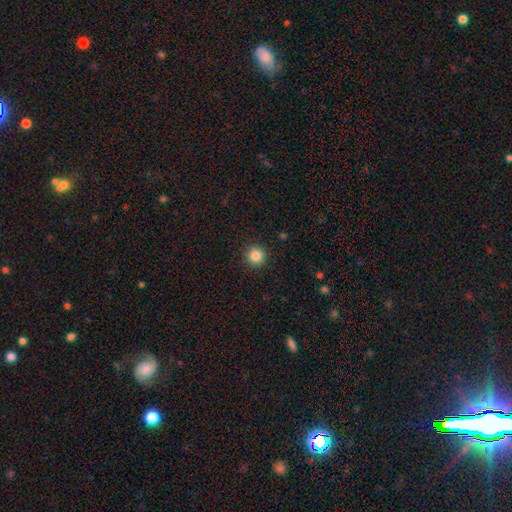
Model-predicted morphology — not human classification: type=smooth (85%); roundness=round (94%); merging=none (92%).